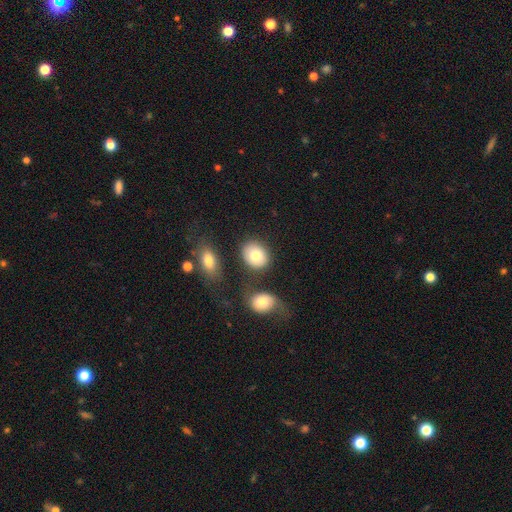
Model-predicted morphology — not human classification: Overall: smooth (80%). How rounded: round (54%; in between 45%). Merging: none (74%).